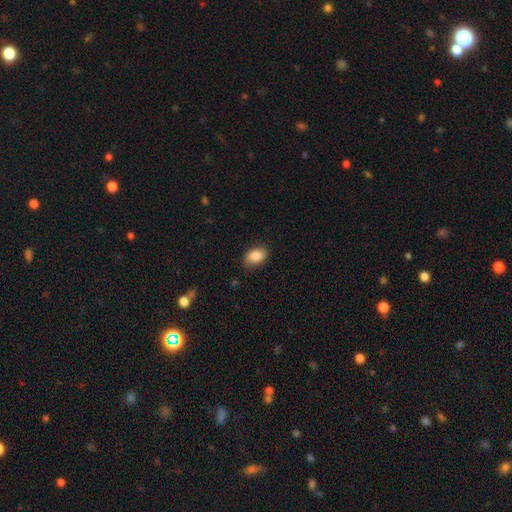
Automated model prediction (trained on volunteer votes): This is clearly a smooth galaxy (86%). How rounded: clearly in between (86%). Merging: likely none (79%).